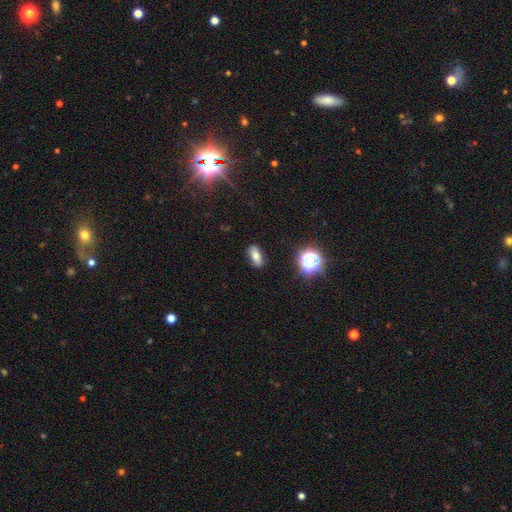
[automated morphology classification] Q: Smooth or featured?
A: smooth (69%); runner-up: star or artifact (16%)
Q: How rounded?
A: in between (75%); runner-up: cigar-shaped (17%)
Q: Merging?
A: none (87%); runner-up: minor disturbance (9%)